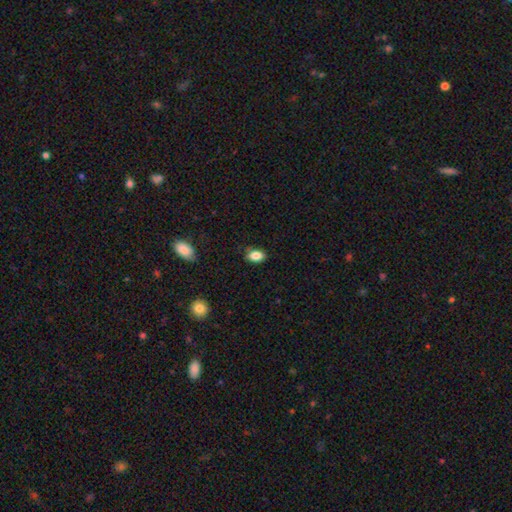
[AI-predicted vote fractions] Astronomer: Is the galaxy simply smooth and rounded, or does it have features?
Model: smooth — 85%.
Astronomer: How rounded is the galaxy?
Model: in between — 84%.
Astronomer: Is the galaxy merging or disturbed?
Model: none — 82%.